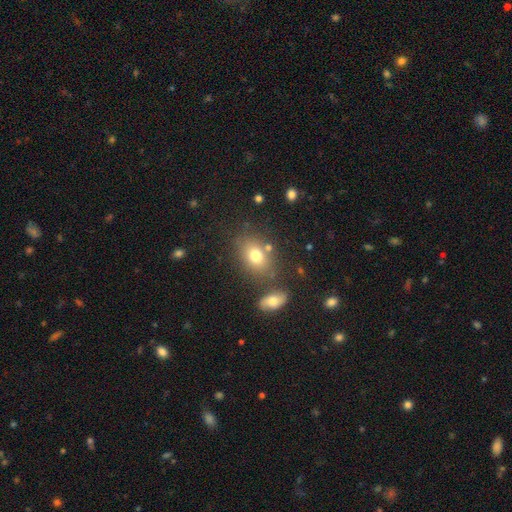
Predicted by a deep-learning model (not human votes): A smooth galaxy with no disk features (76%) that is in between round and cigar-shaped (68%). Merging: none (72%).